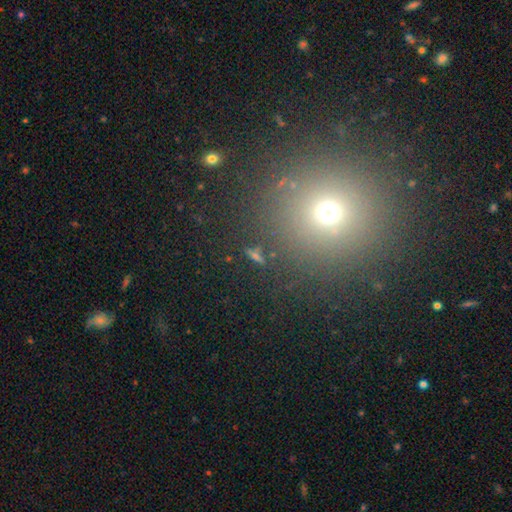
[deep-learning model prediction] Overall: smooth (56%; star or artifact 35%). How rounded: round (92%). Merging: none (87%).